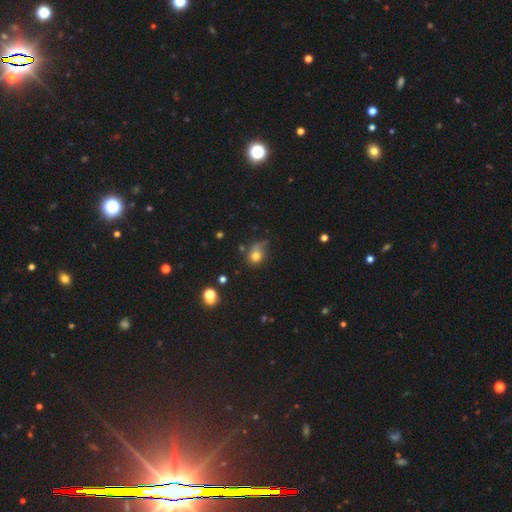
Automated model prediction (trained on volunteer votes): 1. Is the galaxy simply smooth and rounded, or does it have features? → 74% smooth, 14% star or artifact, 12% featured or disk.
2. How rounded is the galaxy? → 66% round, 32% in between, 1% cigar-shaped.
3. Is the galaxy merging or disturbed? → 45% none, 31% minor disturbance, 17% major disturbance, 7% merger.